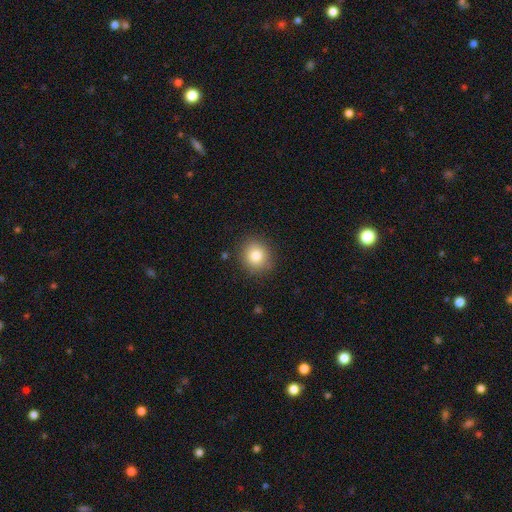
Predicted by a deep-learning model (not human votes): smooth_or_featured: smooth (p=0.83) [alt: star or artifact p=0.10]
how_rounded: round (p=0.87) [alt: in between p=0.12]
merging: none (p=0.88) [alt: minor disturbance p=0.09]